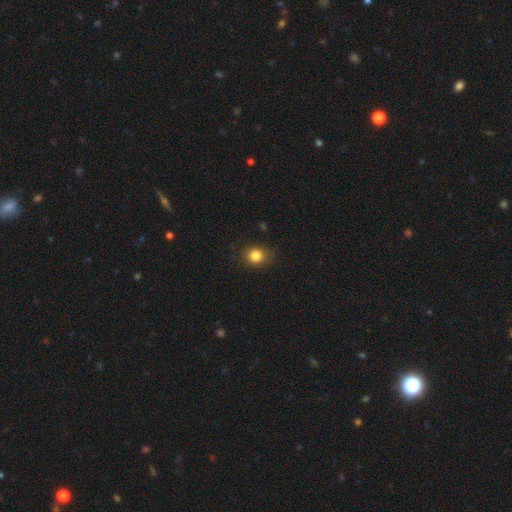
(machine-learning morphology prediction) Smooth or featured: smooth — 83% (star or artifact — 12%)
How rounded: round — 74% (in between — 25%)
Merging: none — 85% (minor disturbance — 11%)